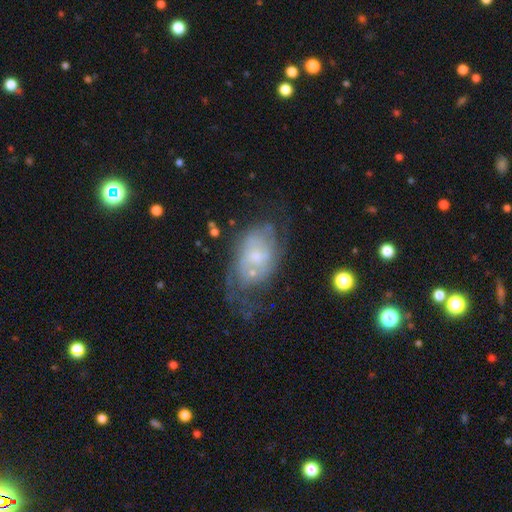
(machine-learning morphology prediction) A featured or disk galaxy (69%) with no bar (64%), 2 (43%) medium (40%) spiral arms (76%) and a small central bulge (59%).

Vote fractions:
- Smooth or featured? featured or disk: 69% / smooth: 23% / star or artifact: 8%
- Edge-on disk? no: 96% / yes: 4%
- Bar? no: 64% / weak: 31% / strong: 5%
- Spiral arms? yes: 76% / no: 24%
- Spiral winding? medium: 40% / tight: 38% / loose: 22%
- Spiral arm count? 2: 43% / can't tell: 40% / 3: 7% / 1: 5% / 4: 3% / more than 4: 3%
- Bulge size? small: 59% / moderate: 28% / none: 8% / large: 4% / dominant: 1%
- Merging? none: 40% / major disturbance: 25% / minor disturbance: 24% / merger: 11%